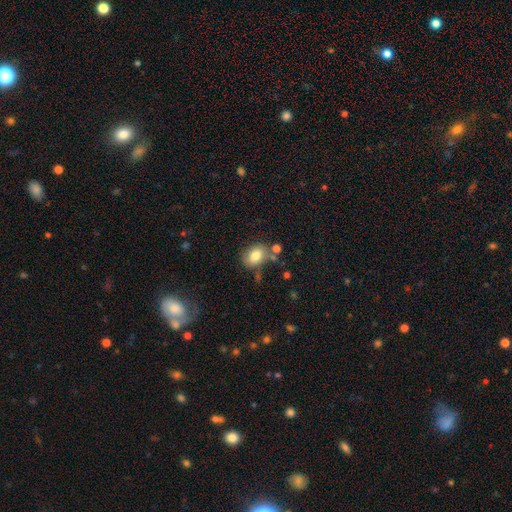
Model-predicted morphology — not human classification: A smooth galaxy with no disk features (80%) that is in between round and cigar-shaped (68%). Merging: none (64%).